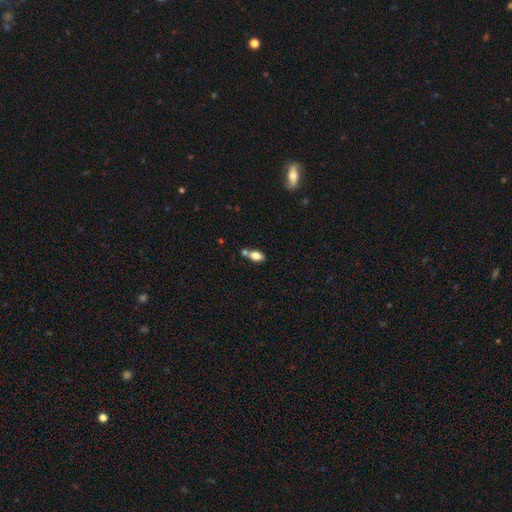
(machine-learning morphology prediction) A smooth galaxy with no disk features (78%) that is in between round and cigar-shaped (87%). Merging: none (55%).